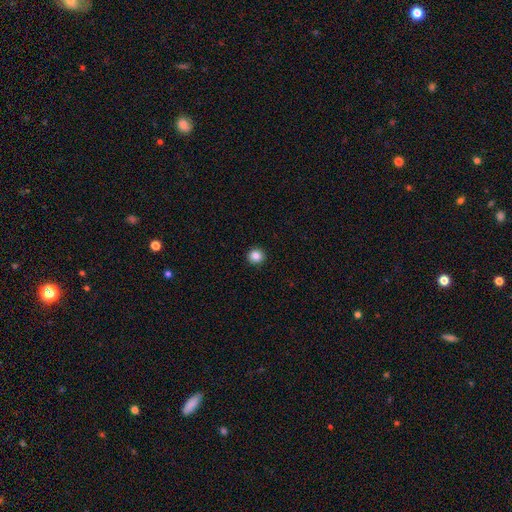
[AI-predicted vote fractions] smooth-or-featured: smooth: 85% | star or artifact: 10% | featured or disk: 4%
  how-rounded: round: 94% | in between: 5% | cigar-shaped: 1%
  merging: none: 94% | minor disturbance: 4% | major disturbance: 1% | merger: 1%